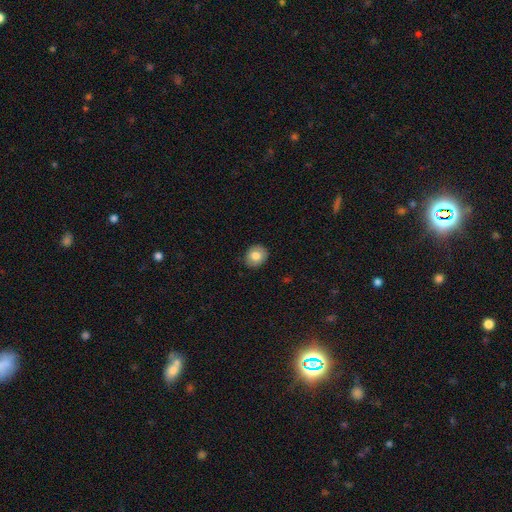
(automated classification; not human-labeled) Smooth or featured?
  - smooth: 81% *
  - featured or disk: 11%
  - star or artifact: 8%
How rounded?
  - round: 67% *
  - in between: 32%
  - cigar-shaped: 1%
Merging?
  - none: 86% *
  - minor disturbance: 11%
  - major disturbance: 2%
  - merger: 1%